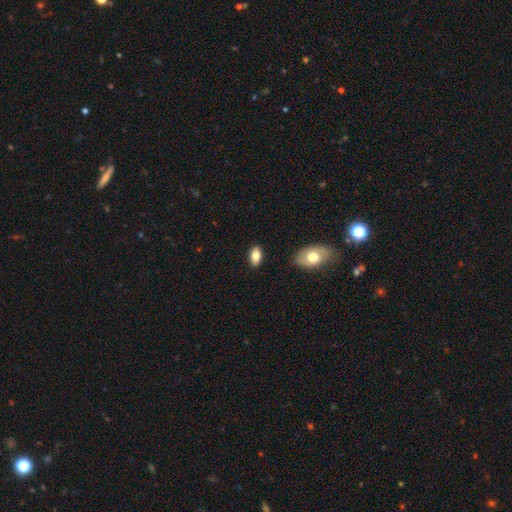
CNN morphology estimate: Smooth or featured? Predicted: smooth (p=0.81). How rounded? Predicted: in between (p=0.91). Merging? Predicted: none (p=0.87).